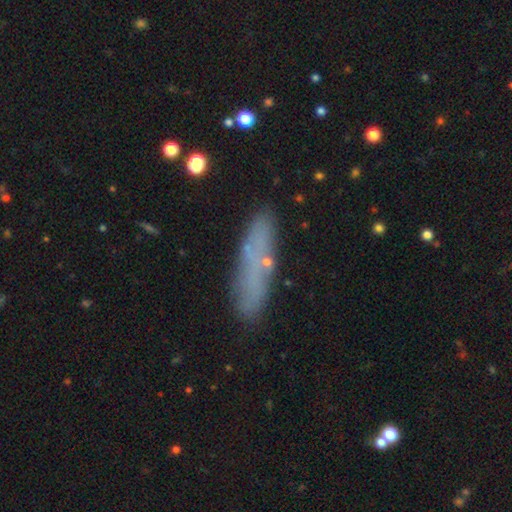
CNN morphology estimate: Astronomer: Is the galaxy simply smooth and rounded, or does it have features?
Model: smooth — 61%.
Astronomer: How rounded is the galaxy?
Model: cigar-shaped — 69%.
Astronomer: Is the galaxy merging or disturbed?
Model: none — 77%.